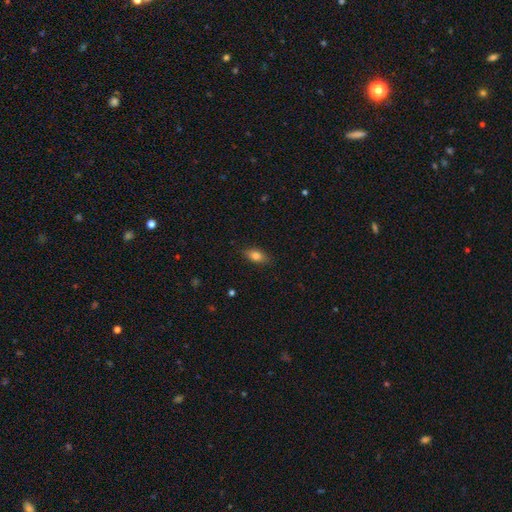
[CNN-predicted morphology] Smooth or featured? Predicted: smooth (p=0.79). How rounded? Predicted: in between (p=0.84). Merging? Predicted: none (p=0.84).